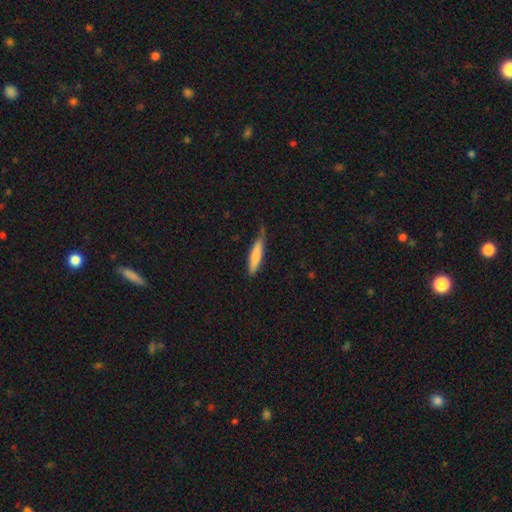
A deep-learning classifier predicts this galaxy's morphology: The model was most divided on "merging": none: 65%, minor disturbance: 29%, major disturbance: 5%, merger: 2%. More confident: how rounded — cigar-shaped (83%); smooth or featured — smooth (76%).